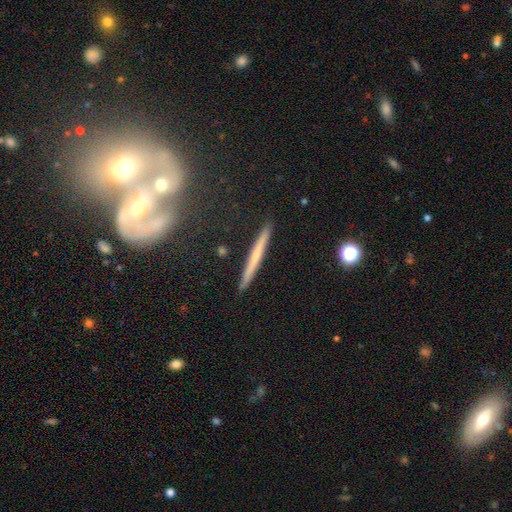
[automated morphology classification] Smooth or featured? Predicted: smooth (p=0.48). Merging? Predicted: none (p=0.90).